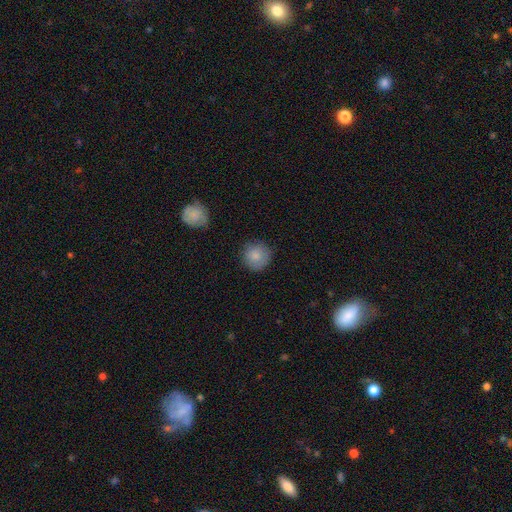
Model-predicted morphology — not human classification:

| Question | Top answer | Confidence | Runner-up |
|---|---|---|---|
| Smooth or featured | smooth | 85% | star or artifact (8%) |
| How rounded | round | 94% | in between (5%) |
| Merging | none | 86% | minor disturbance (10%) |